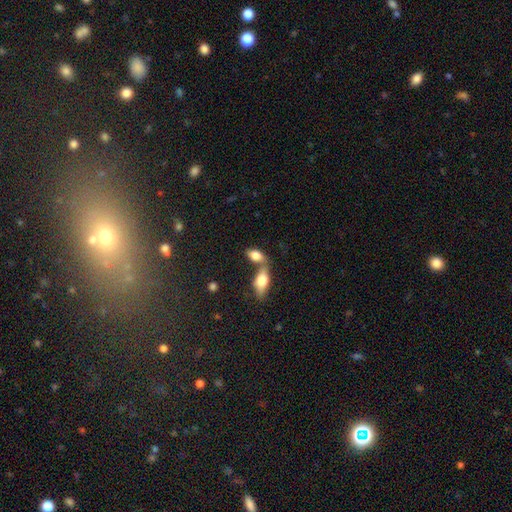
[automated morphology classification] Q: Smooth or featured?
A: smooth (78%); runner-up: featured or disk (14%)
Q: How rounded?
A: in between (87%); runner-up: round (6%)
Q: Merging?
A: merger (53%); runner-up: none (33%)